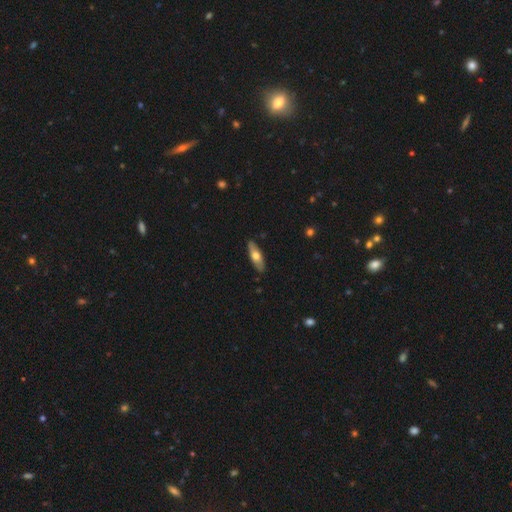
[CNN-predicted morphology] smooth_or_featured: smooth (p=0.58) [alt: featured or disk p=0.37]
how_rounded: in between (p=0.52) [alt: cigar-shaped p=0.45]
merging: none (p=0.87) [alt: minor disturbance p=0.10]